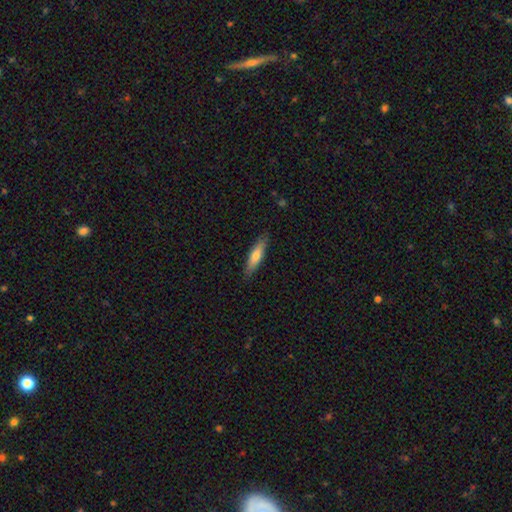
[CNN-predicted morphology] smooth 69%, featured or disk 25%, star or artifact 6%. Down the decision tree: how rounded — cigar-shaped (72%); merging — none (86%).